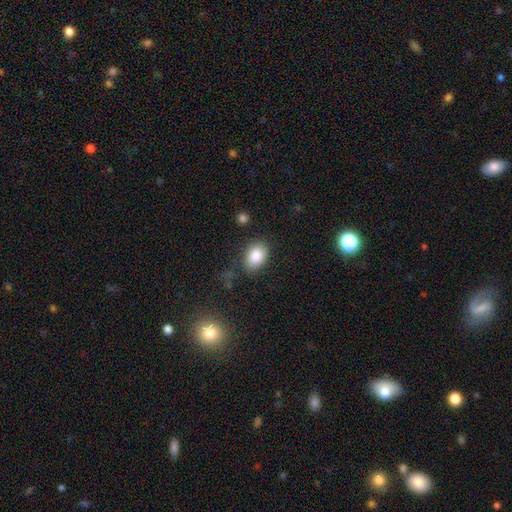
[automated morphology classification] smooth_or_featured: smooth (p=0.85) [alt: star or artifact p=0.08]
how_rounded: in between (p=0.79) [alt: round p=0.19]
merging: none (p=0.77) [alt: minor disturbance p=0.16]